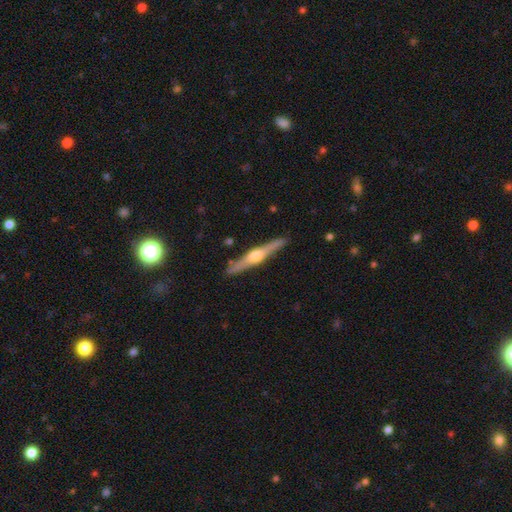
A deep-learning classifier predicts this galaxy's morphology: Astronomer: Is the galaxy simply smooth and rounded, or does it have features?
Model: featured or disk — 75%.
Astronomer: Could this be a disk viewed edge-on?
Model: yes — 98%.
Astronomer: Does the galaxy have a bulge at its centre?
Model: rounded — 92%.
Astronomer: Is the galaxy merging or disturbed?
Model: none — 88%.